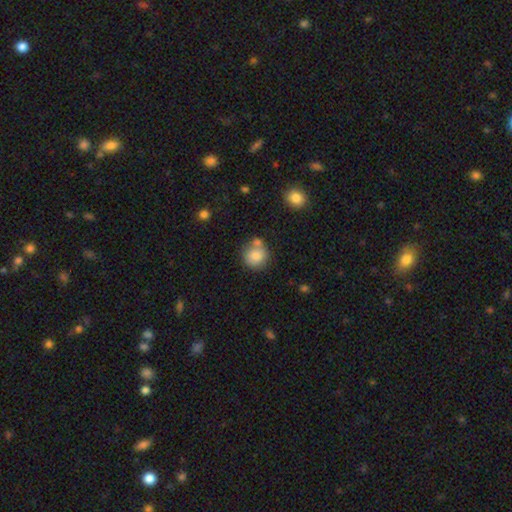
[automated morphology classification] Q: Smooth or featured?
A: smooth (83%); runner-up: star or artifact (9%)
Q: How rounded?
A: round (88%); runner-up: in between (11%)
Q: Merging?
A: none (60%); runner-up: merger (22%)